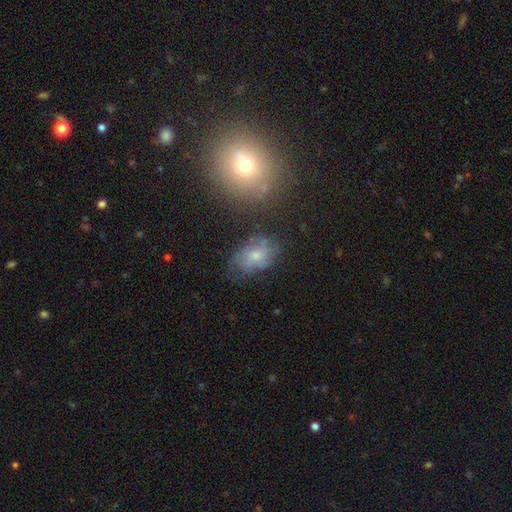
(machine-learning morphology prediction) Overall: smooth (54%; featured or disk 35%). How rounded: in between (83%). Merging: none (52%; minor disturbance 26%).